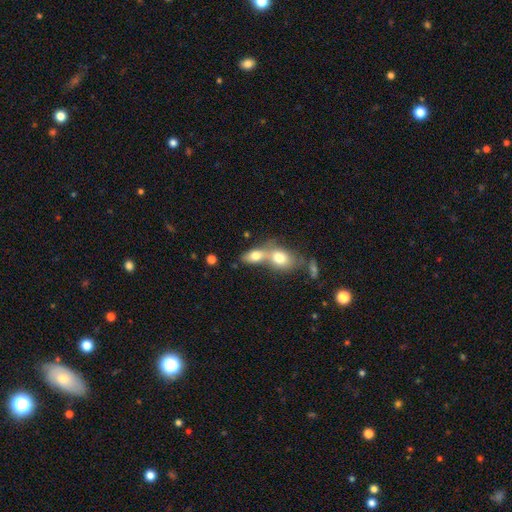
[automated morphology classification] A smooth galaxy with no disk features (75%) that is in between round and cigar-shaped (79%).

Vote fractions:
- Smooth or featured? smooth: 75% / featured or disk: 16% / star or artifact: 8%
- How rounded? in between: 79% / round: 16% / cigar-shaped: 5%
- Merging? merger: 68% / none: 22% / minor disturbance: 7% / major disturbance: 4%